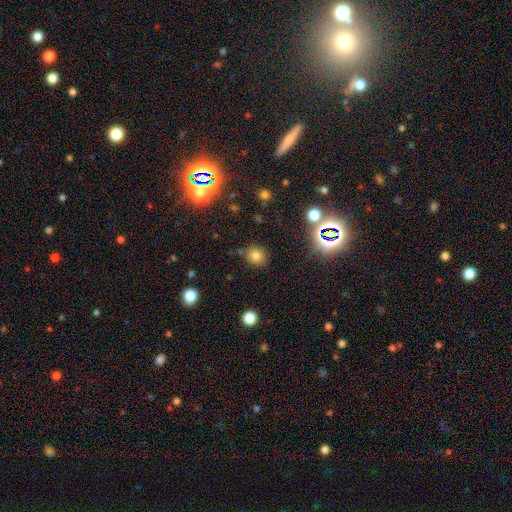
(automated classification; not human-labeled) This is likely a smooth galaxy (74%). How rounded: likely round (79%). Merging: clearly none (84%).